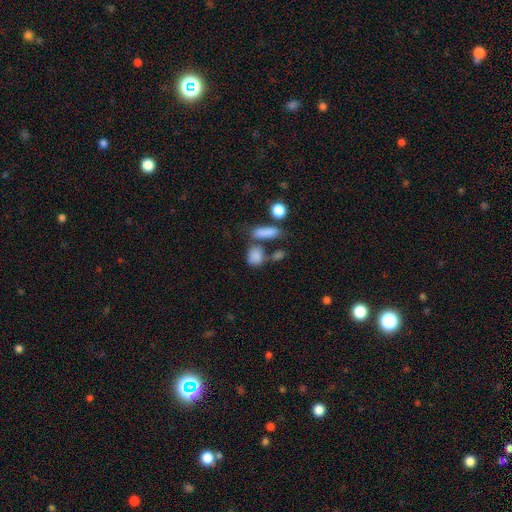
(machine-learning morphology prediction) smooth-or-featured: smooth: 83% | star or artifact: 9% | featured or disk: 8%
  how-rounded: in between: 47% | round: 46% | cigar-shaped: 7%
  merging: none: 51% | merger: 29% | minor disturbance: 13% | major disturbance: 7%